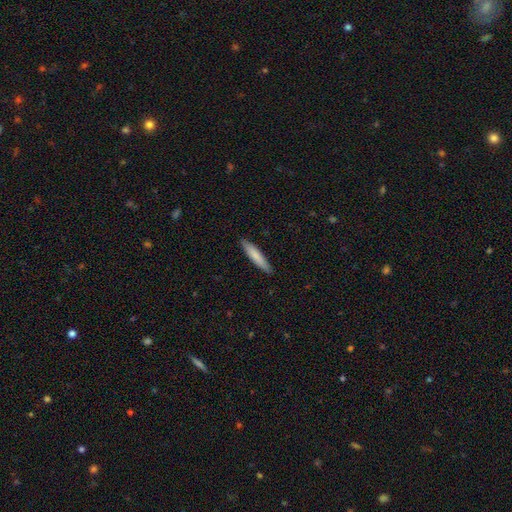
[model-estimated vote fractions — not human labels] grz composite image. It shows a smooth galaxy with no disk features (79%) that is cigar-shaped (89%). Merging: none (90%).